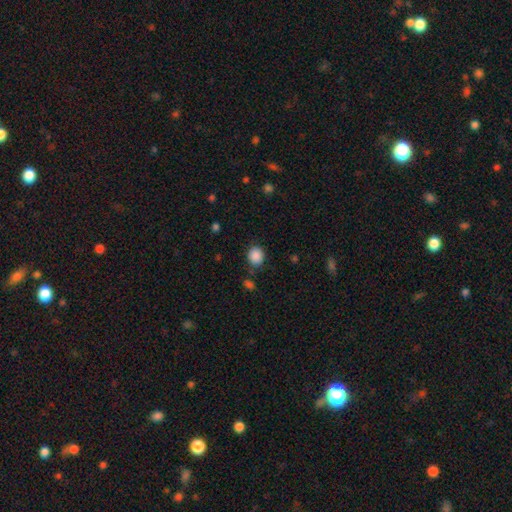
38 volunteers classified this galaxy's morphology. Q: Smooth or featured?
A: smooth (92%); runner-up: star or artifact (8%)
Q: How rounded?
A: in between (51%); runner-up: round (49%)
Q: Merging?
A: none (86%); runner-up: minor disturbance (9%)